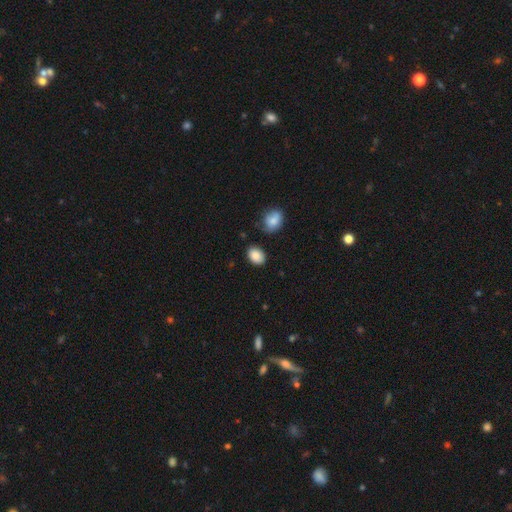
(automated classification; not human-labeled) Q: Smooth or featured?
A: smooth (87%); runner-up: star or artifact (8%)
Q: How rounded?
A: in between (75%); runner-up: round (24%)
Q: Merging?
A: none (80%); runner-up: minor disturbance (14%)